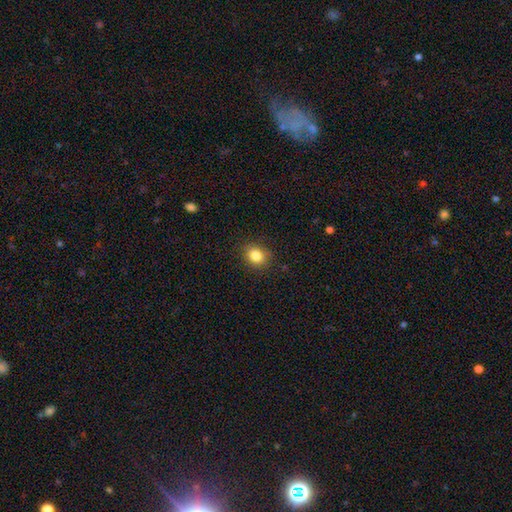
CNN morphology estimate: Q: Smooth or featured?
A: smooth (84%); runner-up: star or artifact (10%)
Q: How rounded?
A: round (57%); runner-up: in between (42%)
Q: Merging?
A: none (86%); runner-up: minor disturbance (10%)